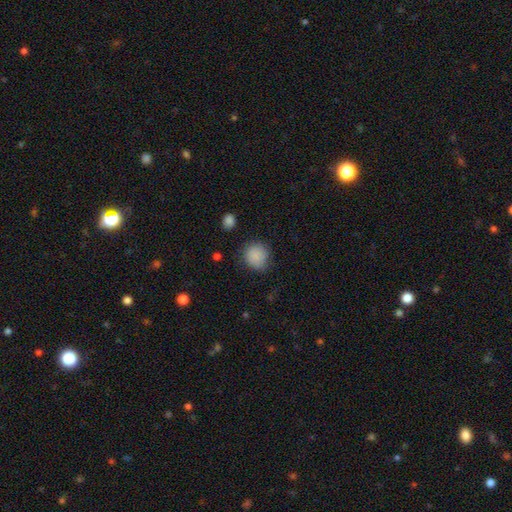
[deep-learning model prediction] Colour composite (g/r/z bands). It shows a smooth galaxy with no disk features (86%) that is round (84%). Merging: none (75%).